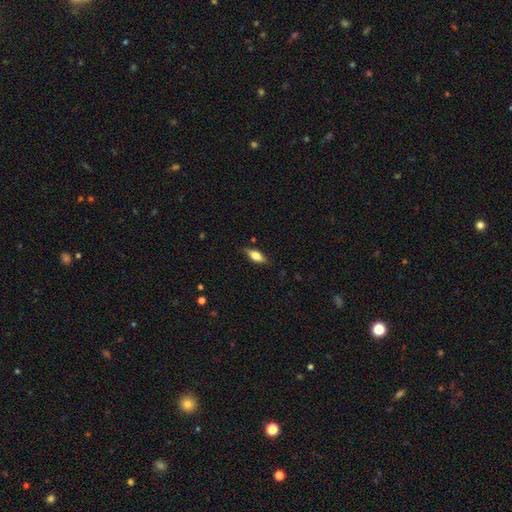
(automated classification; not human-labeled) Overall: smooth (62%; featured or disk 31%). How rounded: in between (72%). Merging: none (81%).